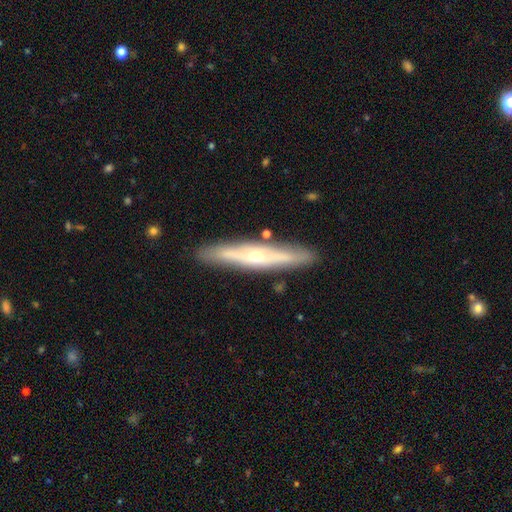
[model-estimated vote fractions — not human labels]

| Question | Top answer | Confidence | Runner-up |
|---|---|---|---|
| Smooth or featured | featured or disk | 66% | smooth (28%) |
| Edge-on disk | yes | 79% | no (21%) |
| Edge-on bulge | rounded | 80% | none (17%) |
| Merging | none | 86% | minor disturbance (10%) |